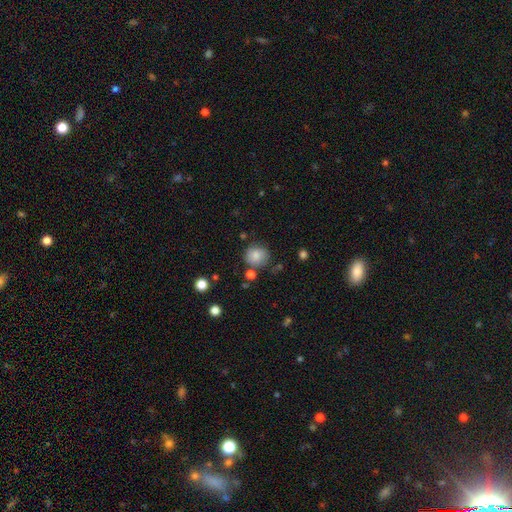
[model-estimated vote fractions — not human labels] Morphology: type=smooth (84%); roundness=round (85%); merging=none (76%).